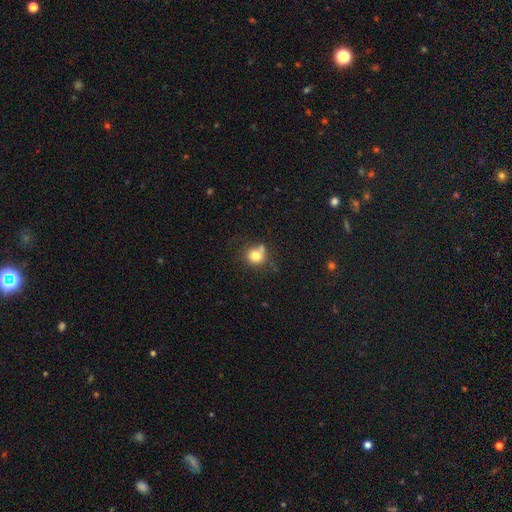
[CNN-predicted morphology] Overall: smooth (78%). How rounded: round (83%). Merging: none (58%; minor disturbance 19%).